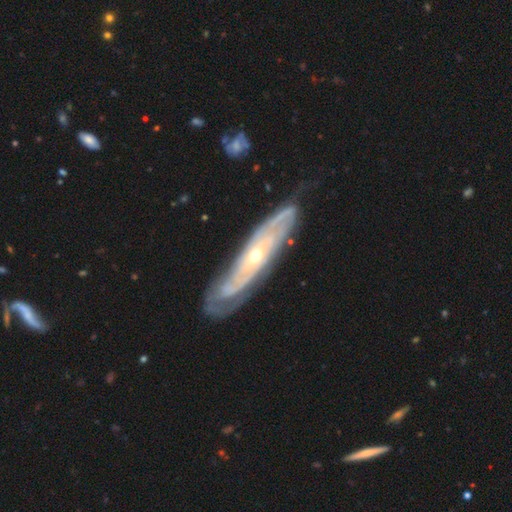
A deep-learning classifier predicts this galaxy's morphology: The model was most divided on "spiral arm count": can't tell: 44%, 2: 26%, 3: 13%, 4: 8%, more than 4: 5%, 1: 5%. More confident: spiral arms — yes (93%); smooth or featured — featured or disk (85%); merging — none (76%); bar — no (74%); edge-on disk — no (74%); spiral winding — tight (69%); bulge size — small (65%).